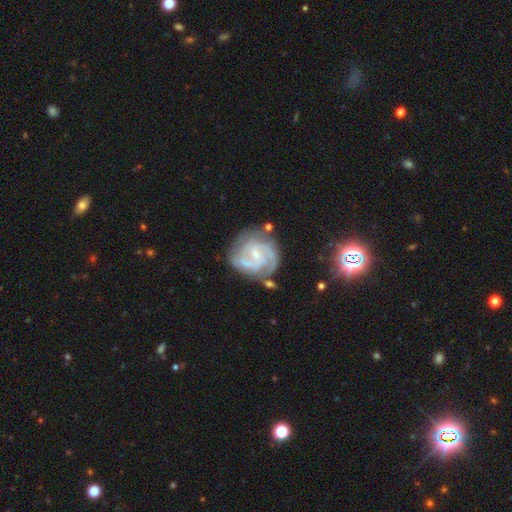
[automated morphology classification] Smooth or featured? featured or disk (90%)
Edge-on disk? no (98%)
Bar? no (47%)
Spiral arms? yes (98%)
Spiral winding? tight (56%)
Spiral arm count? 2 (45%)
Bulge size? small (77%)
Merging? none (67%)